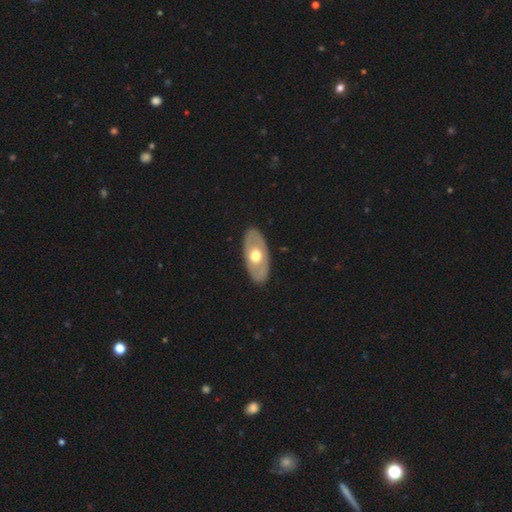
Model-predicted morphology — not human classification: Smooth or featured: featured or disk — 52% (smooth — 44%)
Edge-on disk: no — 82% (yes — 18%)
Merging: none — 87% (minor disturbance — 10%)